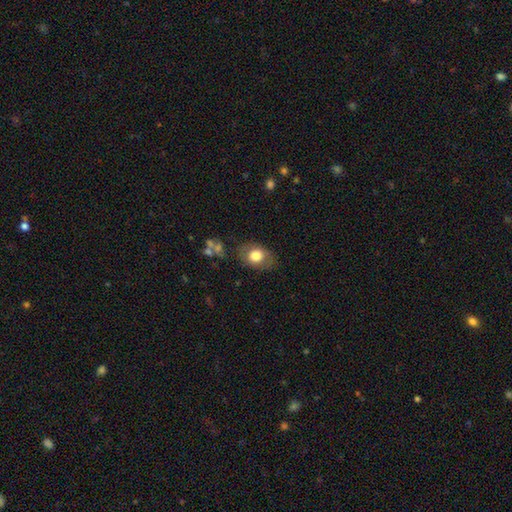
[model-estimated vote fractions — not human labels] The model was most divided on "how rounded": in between: 66%, round: 33%, cigar-shaped: 1%. More confident: merging — none (75%); smooth or featured — smooth (74%).